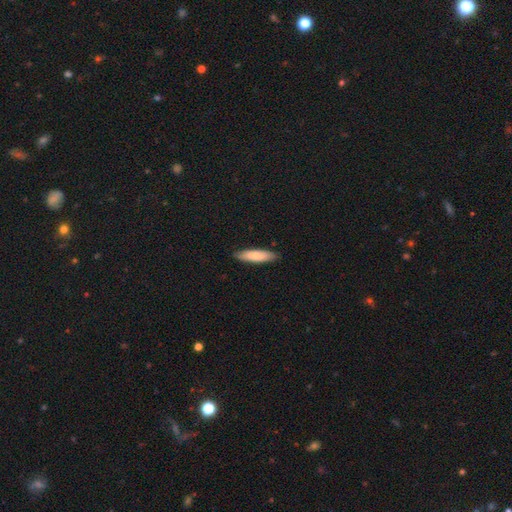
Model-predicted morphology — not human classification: type=smooth (80%); roundness=cigar-shaped (70%); merging=none (88%).